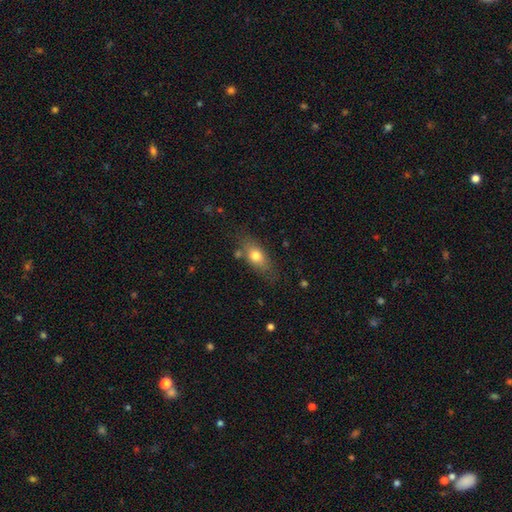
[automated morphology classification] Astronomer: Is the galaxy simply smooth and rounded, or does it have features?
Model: smooth — 74%.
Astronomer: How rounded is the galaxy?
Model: in between — 77%.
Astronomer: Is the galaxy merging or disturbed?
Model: none — 71%.